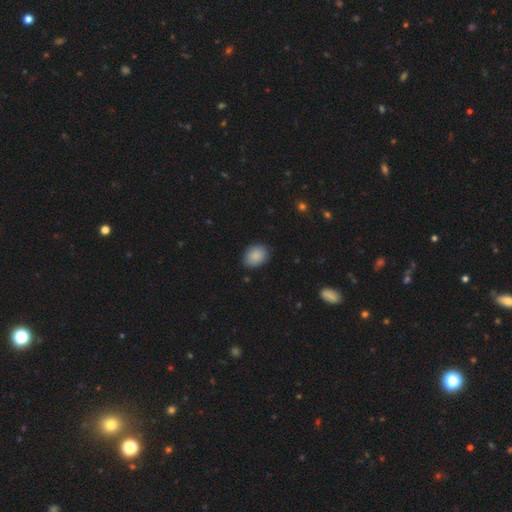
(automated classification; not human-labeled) A smooth galaxy with no disk features (88%) that is in between round and cigar-shaped (69%).

Vote fractions:
- Smooth or featured? smooth: 88% / star or artifact: 7% / featured or disk: 4%
- How rounded? in between: 69% / round: 30% / cigar-shaped: 1%
- Merging? none: 85% / minor disturbance: 11% / major disturbance: 2% / merger: 1%